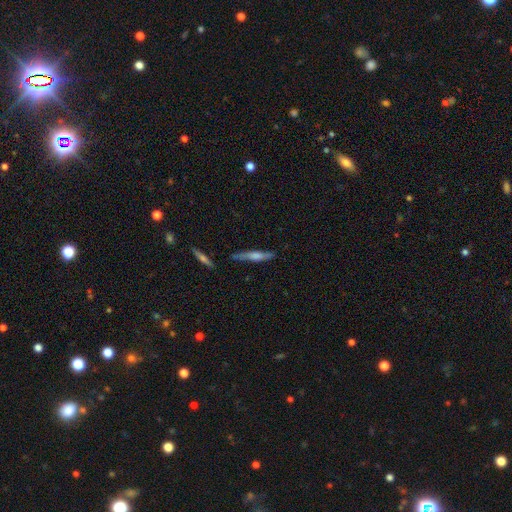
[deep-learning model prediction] smooth_or_featured: featured or disk (p=0.59) [alt: smooth p=0.34]
disk_edge_on: yes (p=0.94) [alt: no p=0.06]
edge_on_bulge: rounded (p=0.64) [alt: boxy p=0.23]
merging: none (p=0.80) [alt: minor disturbance p=0.14]